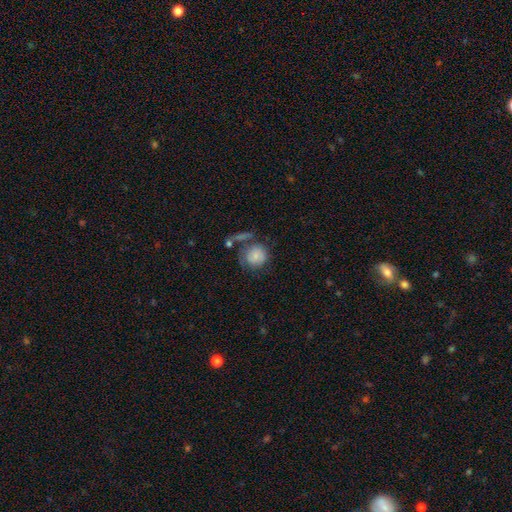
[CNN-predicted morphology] smooth-or-featured: smooth: 74% | featured or disk: 18% | star or artifact: 8%
  how-rounded: round: 81% | in between: 17% | cigar-shaped: 1%
  merging: none: 48% | minor disturbance: 22% | major disturbance: 16% | merger: 14%